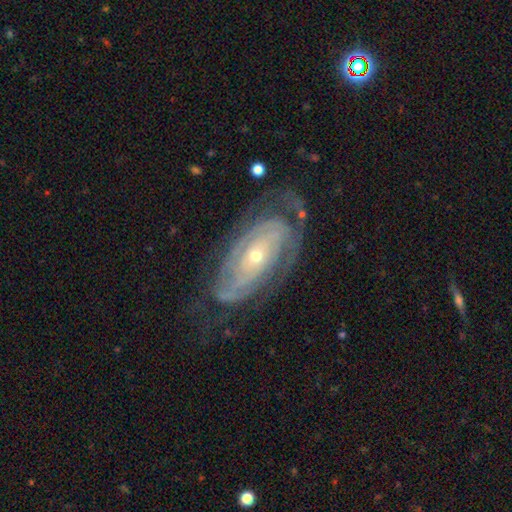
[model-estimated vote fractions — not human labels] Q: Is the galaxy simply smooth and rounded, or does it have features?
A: featured or disk — 84%.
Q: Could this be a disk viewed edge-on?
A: no — 92%.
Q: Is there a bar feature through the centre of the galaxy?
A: no — 70%.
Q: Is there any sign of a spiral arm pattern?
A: yes — 88%.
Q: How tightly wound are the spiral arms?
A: tight — 69%.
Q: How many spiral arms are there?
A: can't tell — 39%.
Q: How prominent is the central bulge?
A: small — 67%.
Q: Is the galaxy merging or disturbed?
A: none — 65%.